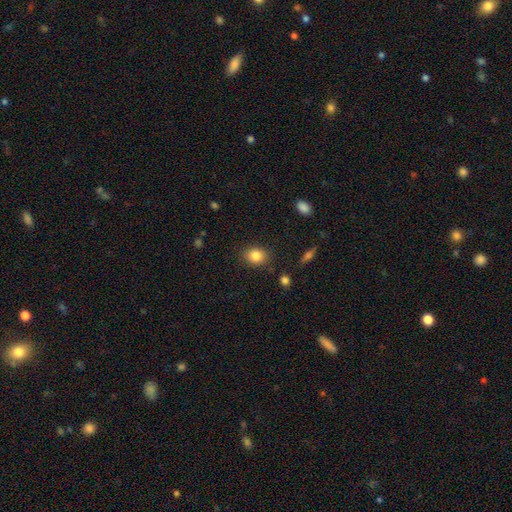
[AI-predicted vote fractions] Morphology: type=smooth (84%); roundness=round (52%); merging=none (86%).